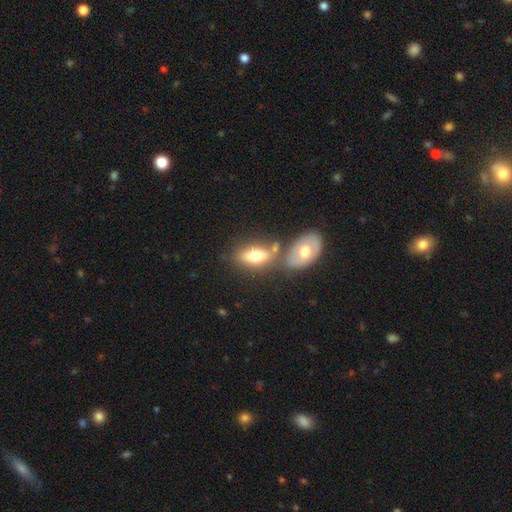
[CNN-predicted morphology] The model was most divided on "merging": none: 50%, merger: 32%, minor disturbance: 13%, major disturbance: 5%. More confident: how rounded — in between (83%); smooth or featured — smooth (62%).